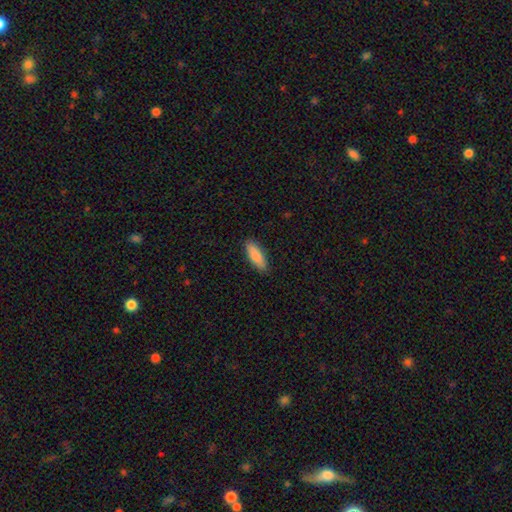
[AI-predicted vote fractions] Overall: smooth (85%). How rounded: in between (61%; cigar-shaped 37%). Merging: none (88%).